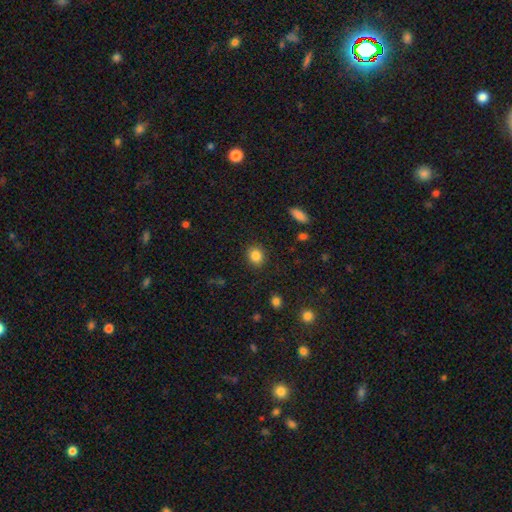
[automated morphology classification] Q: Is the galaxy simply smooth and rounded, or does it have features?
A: smooth — 85%.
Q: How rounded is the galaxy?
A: round — 69%.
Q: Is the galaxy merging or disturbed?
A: none — 88%.